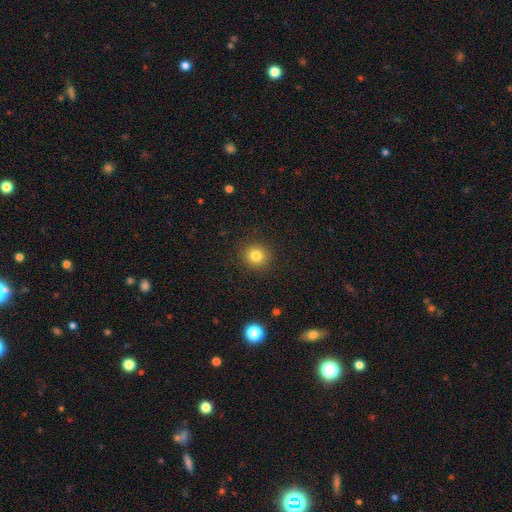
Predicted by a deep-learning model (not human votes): smooth_or_featured: smooth (p=0.81) [alt: star or artifact p=0.12]
how_rounded: round (p=0.89) [alt: in between p=0.10]
merging: none (p=0.91) [alt: minor disturbance p=0.06]